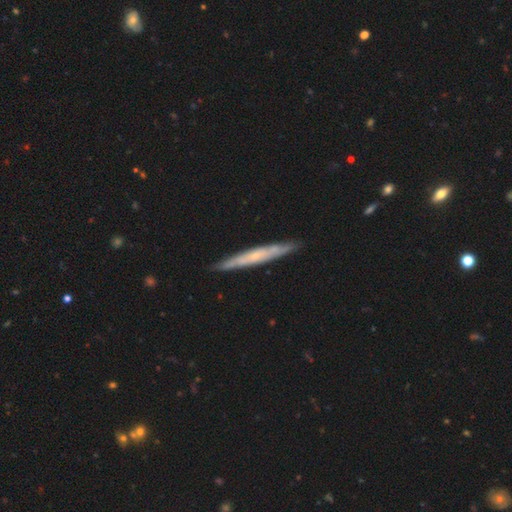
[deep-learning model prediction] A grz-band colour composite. It shows a featured or disk galaxy (61%) viewed edge-on (88%) with no central bulge (58%). Merging: none (88%).